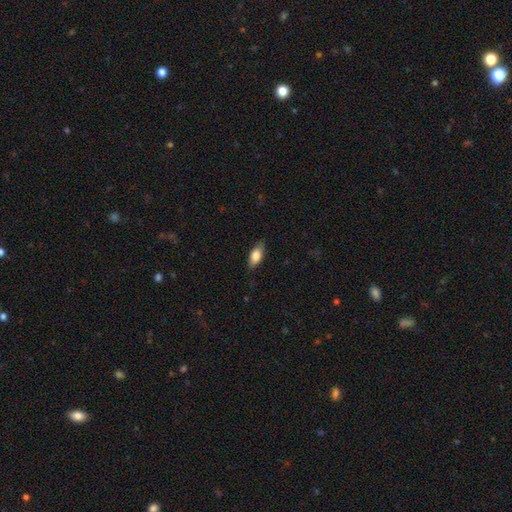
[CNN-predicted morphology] type=smooth (75%); roundness=in between (82%); merging=none (83%).